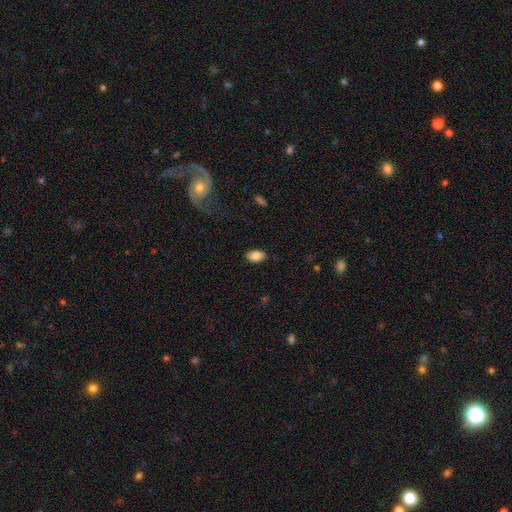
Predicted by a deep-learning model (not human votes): Overall: smooth (85%). How rounded: in between (91%). Merging: none (87%).